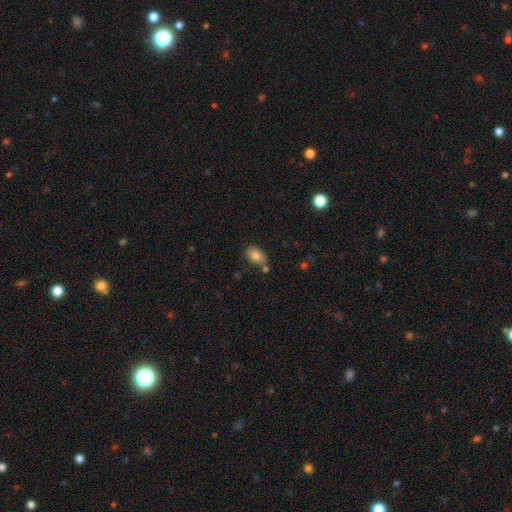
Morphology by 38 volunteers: Smooth or featured?
  - smooth: 74% *
  - featured or disk: 18%
  - star or artifact: 8%
How rounded?
  - in between: 96% *
  - round: 4%
  - cigar-shaped: 0%
Merging?
  - none: 80% *
  - merger: 14%
  - minor disturbance: 6%
  - major disturbance: 0%